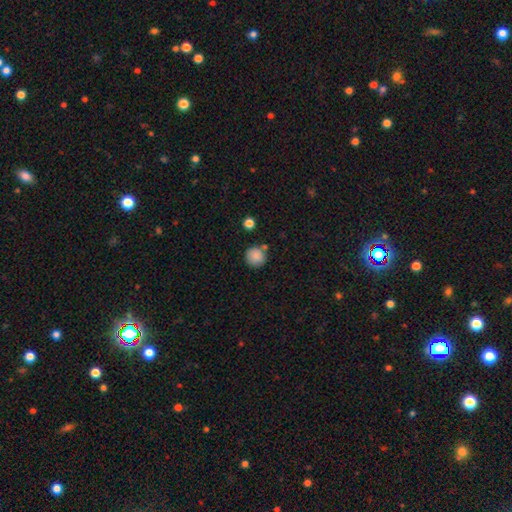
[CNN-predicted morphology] Overall: smooth (86%). How rounded: round (92%). Merging: none (77%).